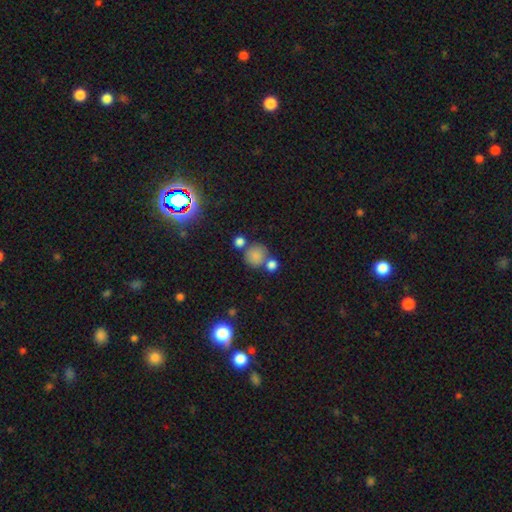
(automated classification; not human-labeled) Smooth or featured?
  - smooth: 79% *
  - star or artifact: 13%
  - featured or disk: 8%
How rounded?
  - round: 87% *
  - in between: 12%
  - cigar-shaped: 1%
Merging?
  - none: 57% *
  - merger: 26%
  - minor disturbance: 12%
  - major disturbance: 5%